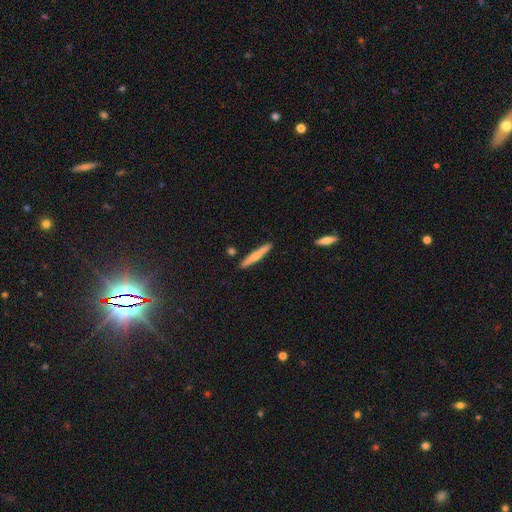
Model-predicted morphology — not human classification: A smooth galaxy with no disk features (52%) that is cigar-shaped (94%).

Vote fractions:
- Smooth or featured? smooth: 52% / featured or disk: 43% / star or artifact: 5%
- How rounded? cigar-shaped: 94% / in between: 5% / round: 2%
- Merging? none: 89% / minor disturbance: 8% / merger: 2% / major disturbance: 2%